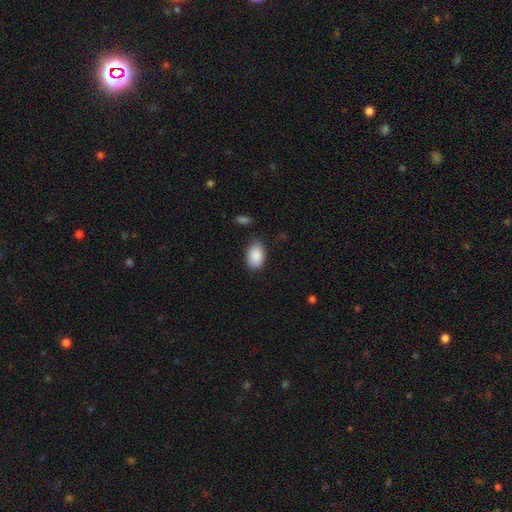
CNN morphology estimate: smooth 90%, star or artifact 7%, featured or disk 4%. Down the decision tree: how rounded — in between (89%); merging — none (77%).